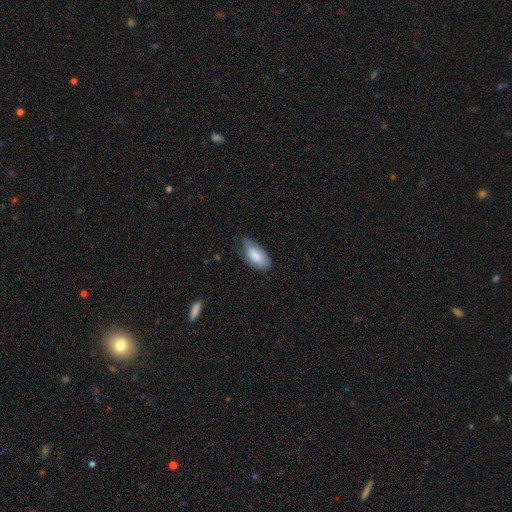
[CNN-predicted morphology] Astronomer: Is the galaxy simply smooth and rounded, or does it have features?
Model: smooth — 78%.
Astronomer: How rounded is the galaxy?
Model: in between — 93%.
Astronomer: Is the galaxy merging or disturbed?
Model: minor disturbance — 44% (runner-up: none, 43%).